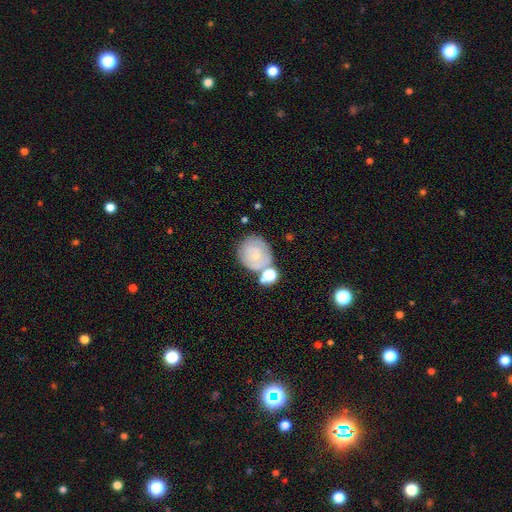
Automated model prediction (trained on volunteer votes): Smooth or featured?
  - smooth: 46% *
  - featured or disk: 43%
  - star or artifact: 11%
Merging?
  - none: 57% *
  - minor disturbance: 19%
  - merger: 16%
  - major disturbance: 8%